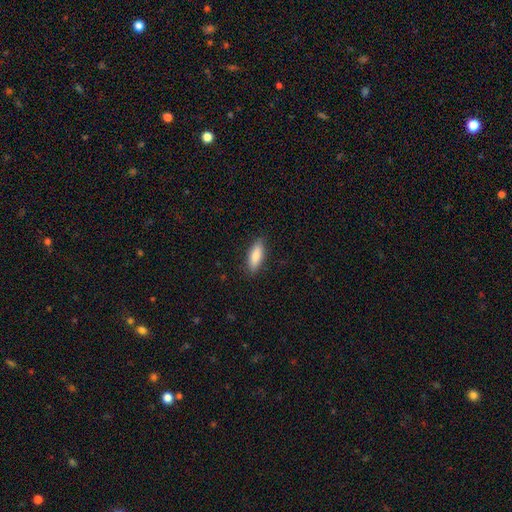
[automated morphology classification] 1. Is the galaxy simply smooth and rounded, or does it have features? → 85% smooth, 9% featured or disk, 6% star or artifact.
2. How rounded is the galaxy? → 65% in between, 33% cigar-shaped, 2% round.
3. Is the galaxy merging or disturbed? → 87% none, 10% minor disturbance, 2% major disturbance, 1% merger.